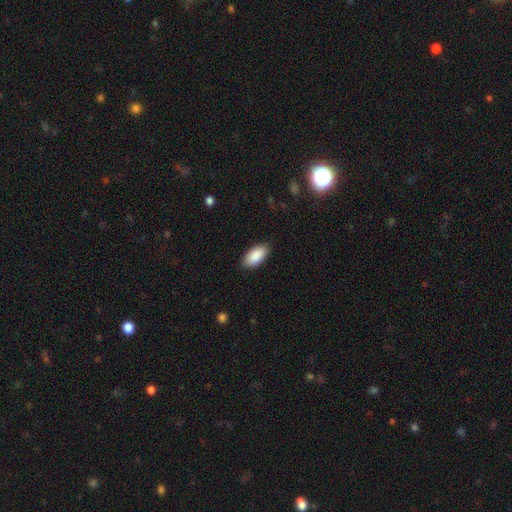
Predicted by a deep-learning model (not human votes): A smooth galaxy with no disk features (90%) that is in between round and cigar-shaped (94%). Merging: none (87%).